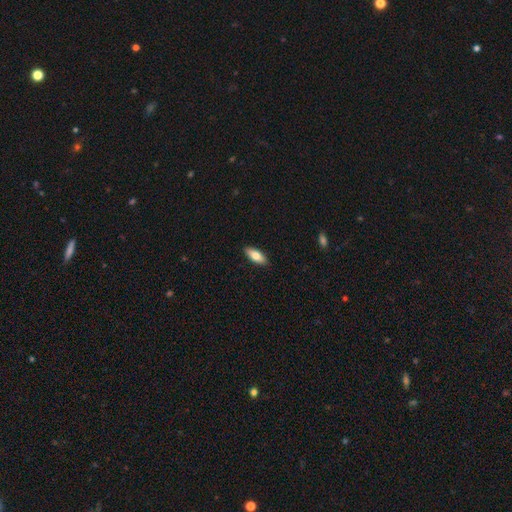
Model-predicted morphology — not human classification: Smooth or featured: smooth — 78% (featured or disk — 16%)
How rounded: in between — 75% (cigar-shaped — 23%)
Merging: none — 89% (minor disturbance — 8%)